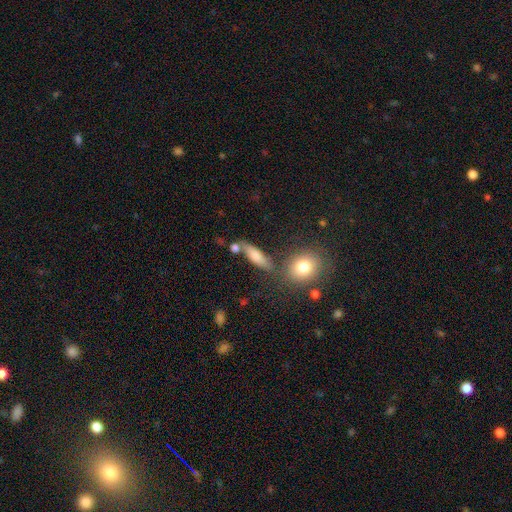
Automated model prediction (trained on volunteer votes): Smooth or featured? smooth (73%)
How rounded? cigar-shaped (53%)
Merging? none (65%)